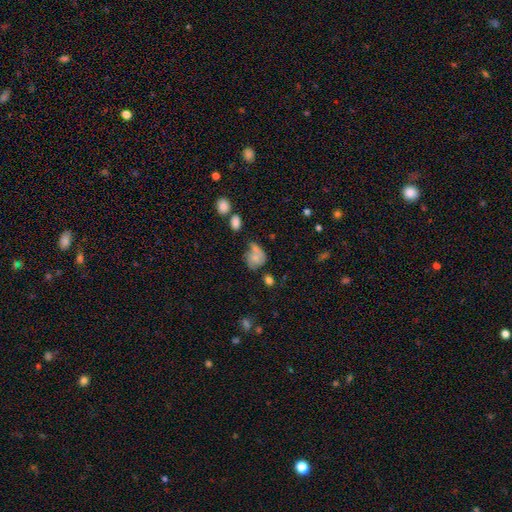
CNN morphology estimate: type=smooth (54%); roundness=round (53%); merging=none (37%).